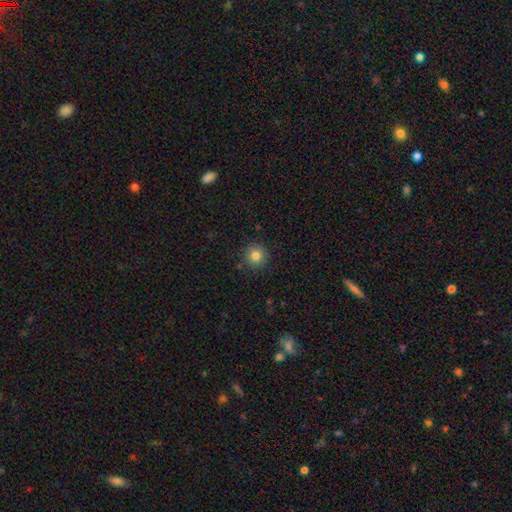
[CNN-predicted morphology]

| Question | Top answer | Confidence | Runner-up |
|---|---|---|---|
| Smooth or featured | smooth | 82% | star or artifact (11%) |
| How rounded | round | 94% | in between (5%) |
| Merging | none | 90% | minor disturbance (7%) |